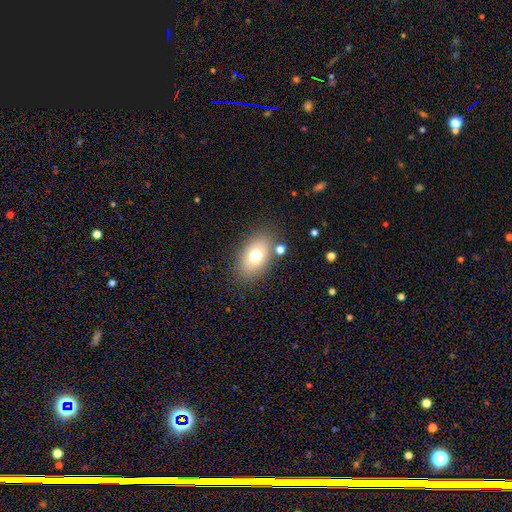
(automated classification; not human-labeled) This is likely a smooth galaxy (72%). How rounded: clearly in between (86%). Merging: likely none (78%).